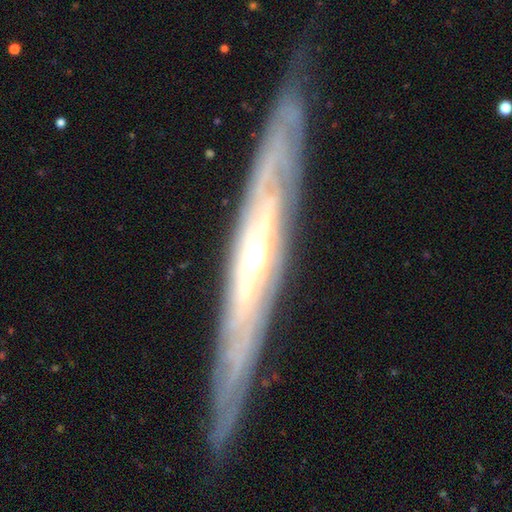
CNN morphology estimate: The model was most divided on "edge-on bulge": rounded: 61%, none: 36%, boxy: 3%. More confident: smooth or featured — featured or disk (85%); merging — none (83%); edge-on disk — yes (67%).